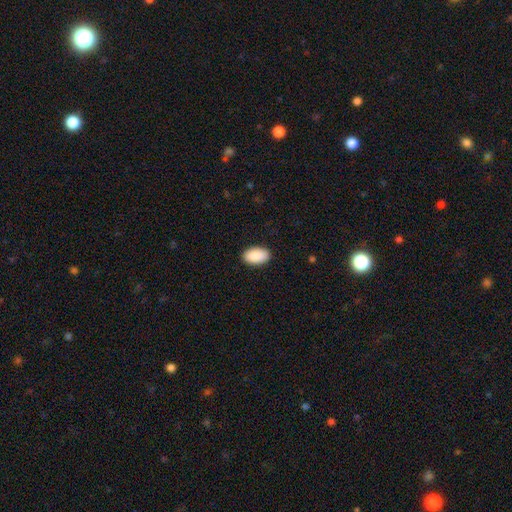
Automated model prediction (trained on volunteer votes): smooth 91%, star or artifact 6%, featured or disk 3%. Down the decision tree: how rounded — in between (95%); merging — none (89%).